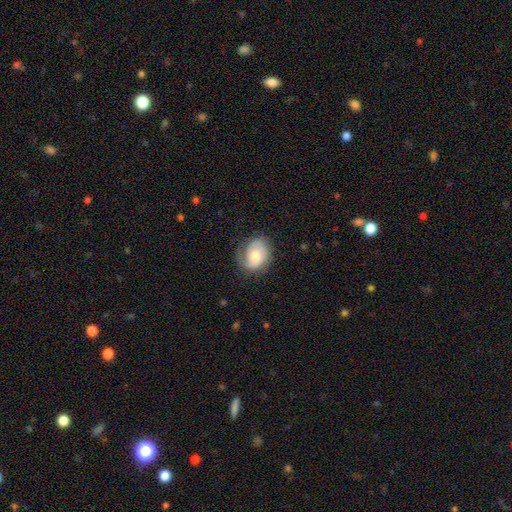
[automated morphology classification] Smooth or featured: smooth — 61% (featured or disk — 32%)
How rounded: in between — 61% (round — 38%)
Merging: none — 66% (minor disturbance — 24%)